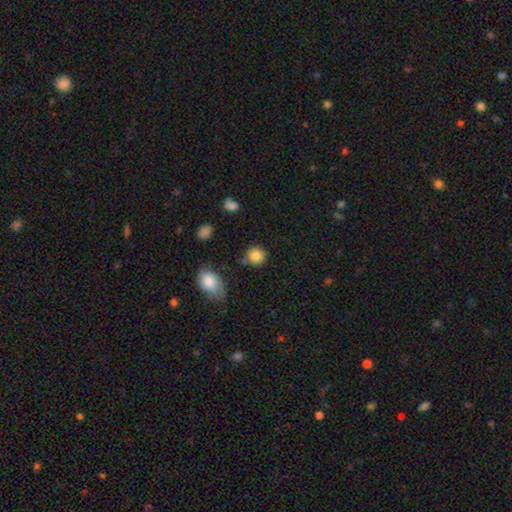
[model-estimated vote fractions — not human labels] Smooth or featured: smooth — 85% (star or artifact — 9%)
How rounded: round — 88% (in between — 11%)
Merging: none — 81% (minor disturbance — 11%)